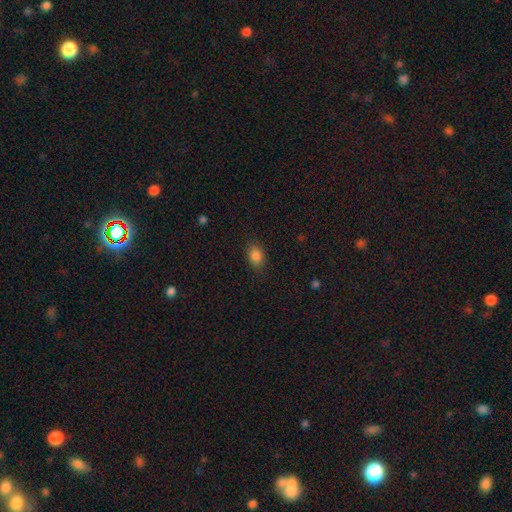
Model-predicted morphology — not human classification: Smooth or featured? smooth (85%)
How rounded? in between (74%)
Merging? none (84%)